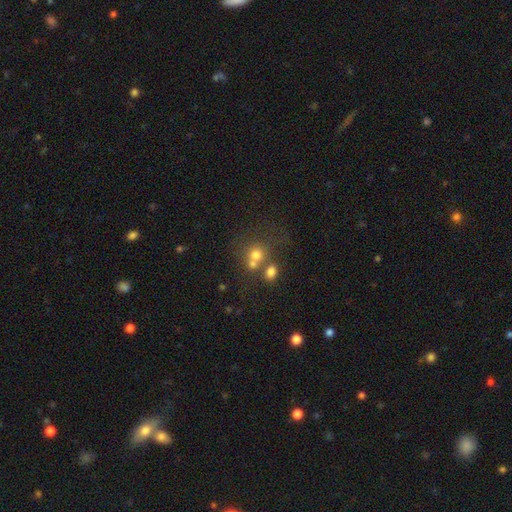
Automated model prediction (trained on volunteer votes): A smooth galaxy with no disk features (64%) that is round (79%).

Vote fractions:
- Smooth or featured? smooth: 64% / star or artifact: 20% / featured or disk: 17%
- How rounded? round: 79% / in between: 20% / cigar-shaped: 1%
- Merging? merger: 45% / none: 42% / minor disturbance: 8% / major disturbance: 5%